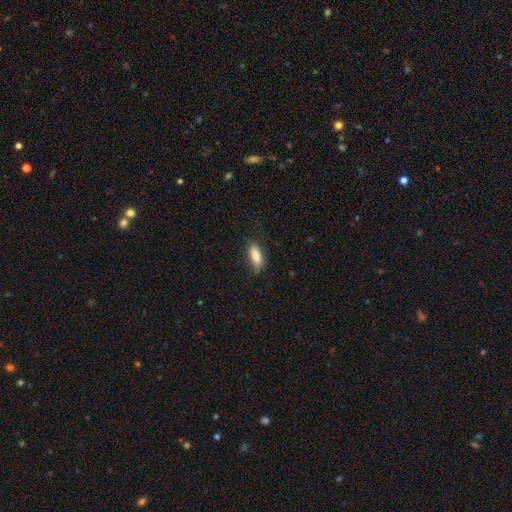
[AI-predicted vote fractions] smooth_or_featured: smooth (p=0.80) [alt: featured or disk p=0.13]
how_rounded: in between (p=0.70) [alt: cigar-shaped p=0.28]
merging: none (p=0.72) [alt: minor disturbance p=0.21]